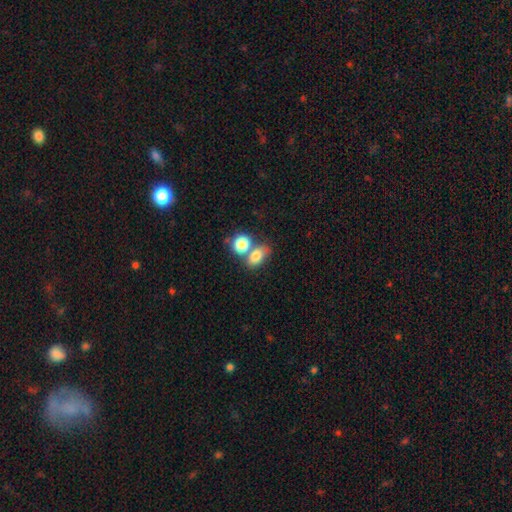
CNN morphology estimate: A smooth galaxy with no disk features (79%) that is in between round and cigar-shaped (70%).

Vote fractions:
- Smooth or featured? smooth: 79% / featured or disk: 10% / star or artifact: 10%
- How rounded? in between: 70% / round: 29% / cigar-shaped: 2%
- Merging? merger: 47% / none: 39% / minor disturbance: 10% / major disturbance: 5%